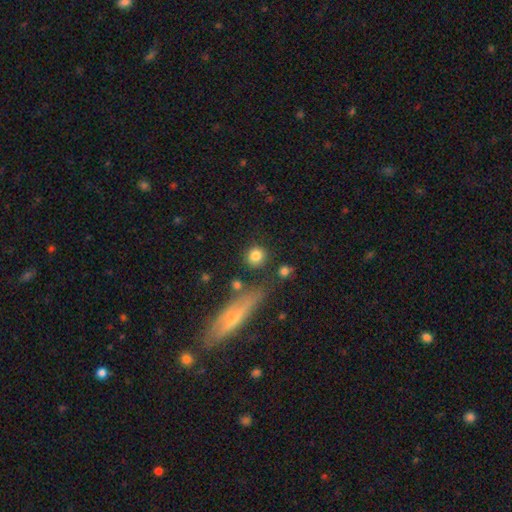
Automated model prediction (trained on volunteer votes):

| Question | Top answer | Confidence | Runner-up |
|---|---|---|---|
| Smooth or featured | smooth | 82% | star or artifact (10%) |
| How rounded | round | 89% | in between (9%) |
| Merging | none | 82% | minor disturbance (9%) |